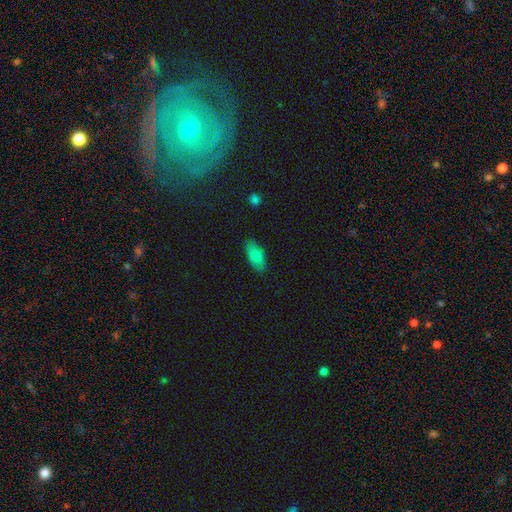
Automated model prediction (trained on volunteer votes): smooth-or-featured: smooth: 82% | featured or disk: 11% | star or artifact: 7%
  how-rounded: in between: 87% | cigar-shaped: 10% | round: 3%
  merging: none: 86% | minor disturbance: 11% | major disturbance: 2% | merger: 1%